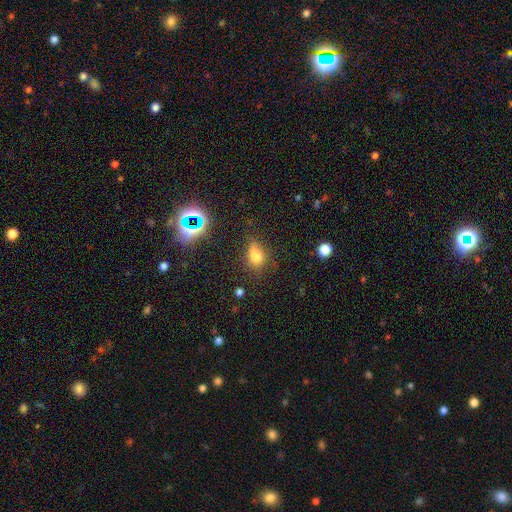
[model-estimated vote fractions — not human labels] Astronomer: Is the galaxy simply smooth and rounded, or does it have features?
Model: smooth — 67%.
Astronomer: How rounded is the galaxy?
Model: in between — 70%.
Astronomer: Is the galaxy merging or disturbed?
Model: none — 51% (runner-up: minor disturbance, 27%).